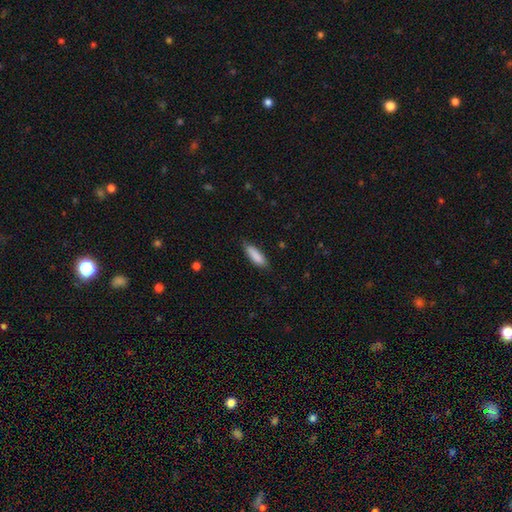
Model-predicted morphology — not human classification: Smooth or featured? smooth (87%)
How rounded? cigar-shaped (51%)
Merging? none (81%)